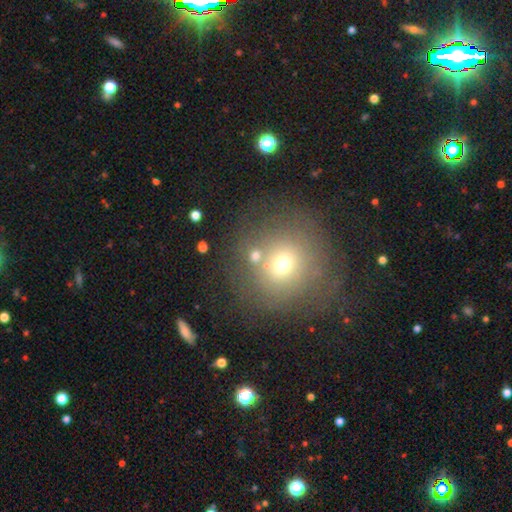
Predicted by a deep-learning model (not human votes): Smooth or featured: smooth — 63% (star or artifact — 21%)
How rounded: round — 84% (in between — 15%)
Merging: none — 68% (merger — 13%)